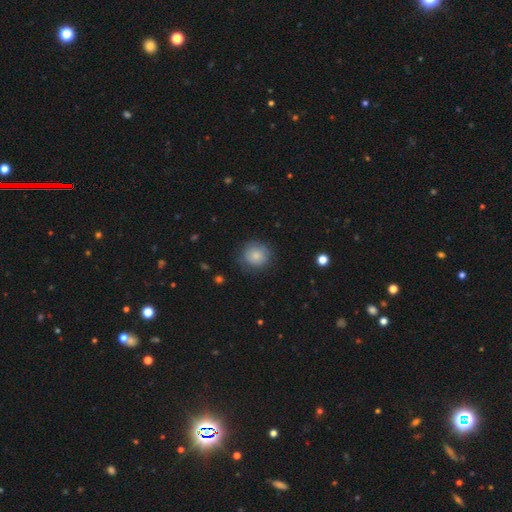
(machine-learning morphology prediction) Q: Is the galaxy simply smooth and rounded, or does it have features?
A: smooth — 81%.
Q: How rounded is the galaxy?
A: round — 91%.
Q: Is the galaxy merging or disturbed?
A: none — 78%.